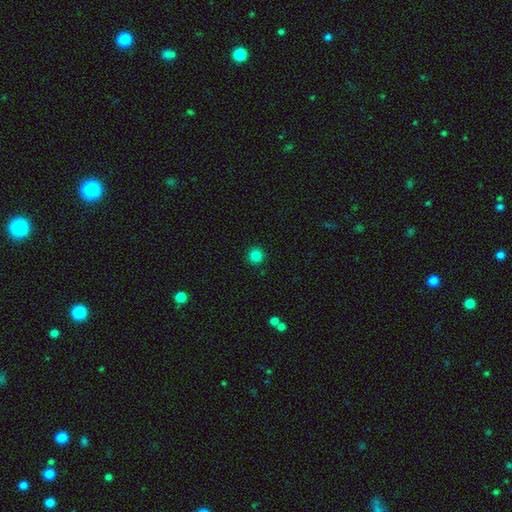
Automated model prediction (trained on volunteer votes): smooth_or_featured: smooth (p=0.83) [alt: star or artifact p=0.12]
how_rounded: round (p=0.95) [alt: in between p=0.04]
merging: none (p=0.92) [alt: minor disturbance p=0.05]